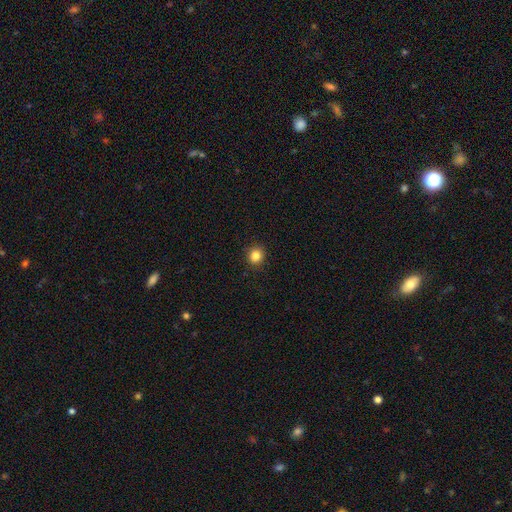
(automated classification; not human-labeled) This appears to be a smooth galaxy with no disk features (84%) that is round (87%). Merging: none (91%).